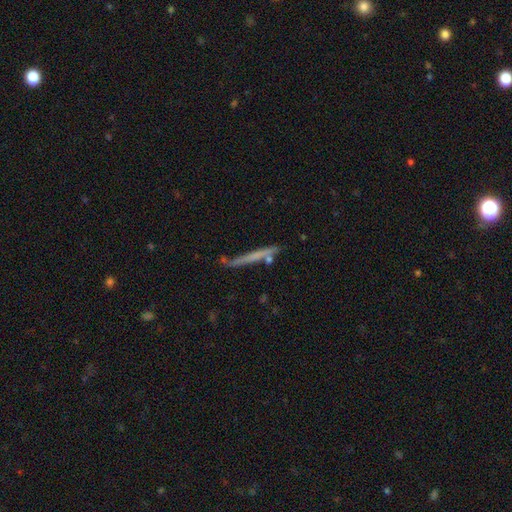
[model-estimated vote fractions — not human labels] This appears to be a smooth galaxy with no disk features (47%). Merging: none (70%).